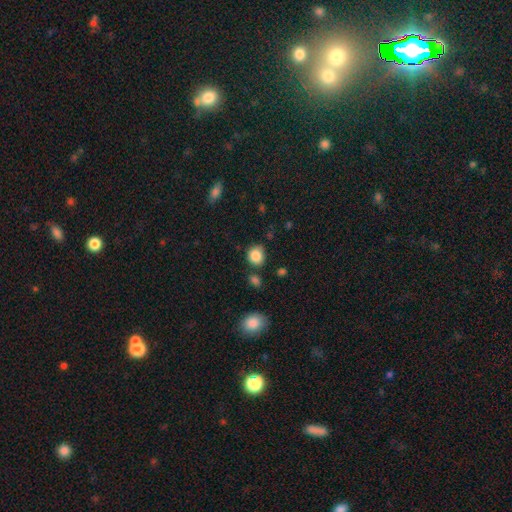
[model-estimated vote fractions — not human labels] Smooth or featured?
  - smooth: 86% *
  - star or artifact: 9%
  - featured or disk: 5%
How rounded?
  - round: 79% *
  - in between: 20%
  - cigar-shaped: 1%
Merging?
  - none: 75% *
  - minor disturbance: 15%
  - merger: 6%
  - major disturbance: 4%